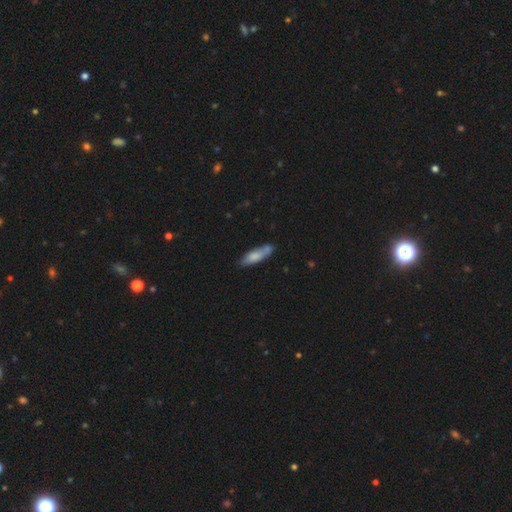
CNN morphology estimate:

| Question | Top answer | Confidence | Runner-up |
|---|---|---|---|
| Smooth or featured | smooth | 74% | featured or disk (19%) |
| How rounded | cigar-shaped | 56% | in between (42%) |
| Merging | none | 64% | minor disturbance (23%) |